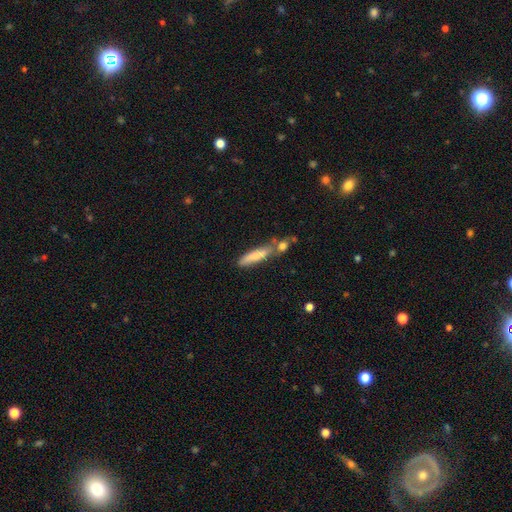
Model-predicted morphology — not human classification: A smooth galaxy with no disk features (71%) that is cigar-shaped (77%).

Vote fractions:
- Smooth or featured? smooth: 71% / featured or disk: 23% / star or artifact: 6%
- How rounded? cigar-shaped: 77% / in between: 21% / round: 2%
- Merging? none: 46% / merger: 31% / minor disturbance: 17% / major disturbance: 6%